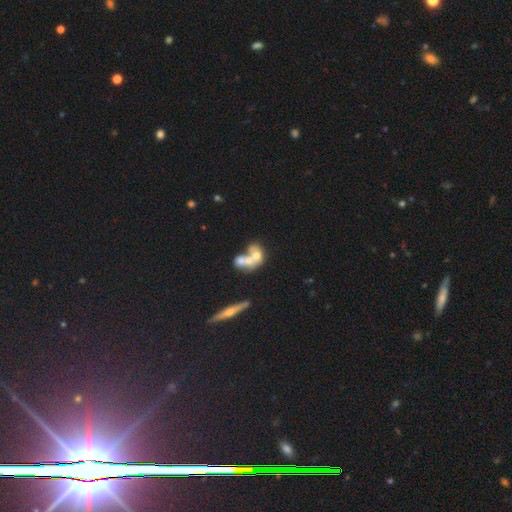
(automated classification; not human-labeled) smooth-or-featured: featured or disk: 45% | smooth: 44% | star or artifact: 11%
  merging: merger: 69% | none: 17% | major disturbance: 7% | minor disturbance: 7%